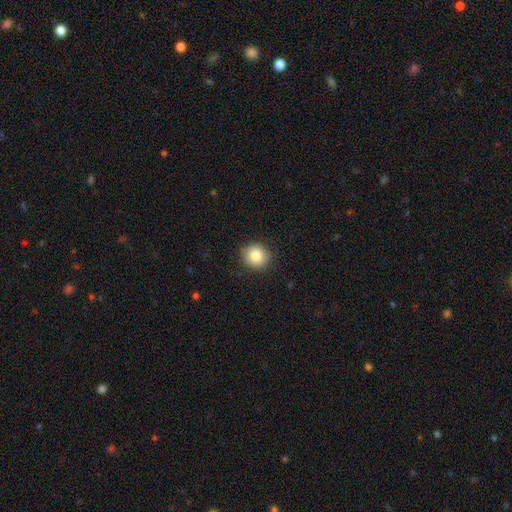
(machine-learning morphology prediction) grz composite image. It shows a smooth galaxy with no disk features (82%) that is round (88%). Merging: none (88%).